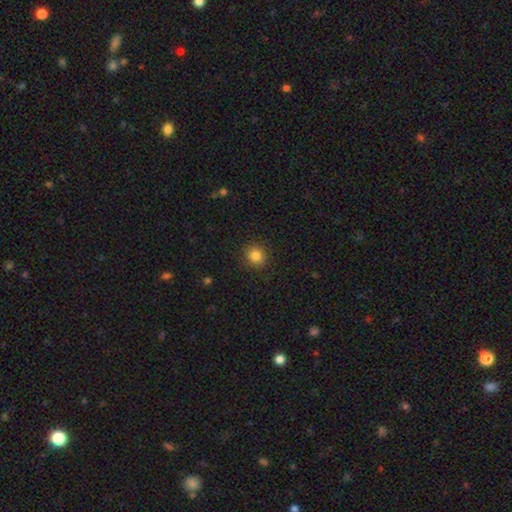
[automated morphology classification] The model was most divided on "smooth or featured": smooth: 84%, star or artifact: 11%, featured or disk: 5%. More confident: merging — none (90%); how rounded — round (89%).